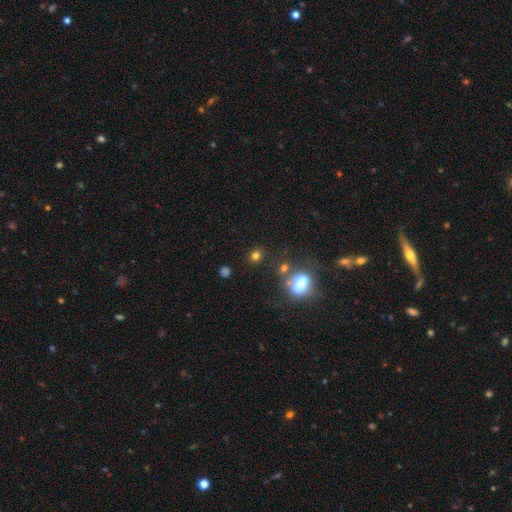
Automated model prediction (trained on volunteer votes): A smooth galaxy with no disk features (77%) that is round (73%).

Vote fractions:
- Smooth or featured? smooth: 77% / star or artifact: 16% / featured or disk: 7%
- How rounded? round: 73% / in between: 26% / cigar-shaped: 2%
- Merging? none: 76% / minor disturbance: 11% / merger: 8% / major disturbance: 5%